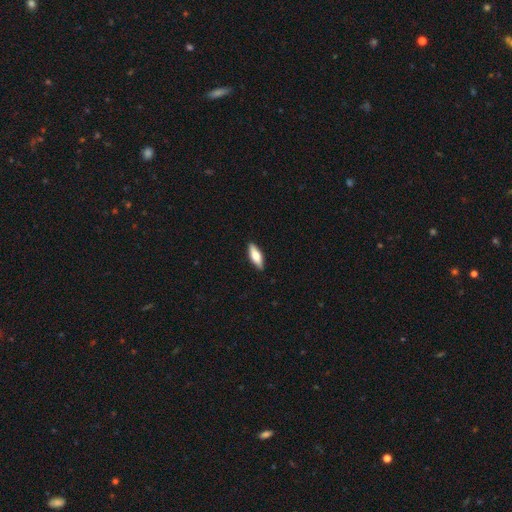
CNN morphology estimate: smooth-or-featured: smooth: 70% | featured or disk: 24% | star or artifact: 6%
  how-rounded: in between: 60% | cigar-shaped: 38% | round: 2%
  merging: none: 89% | minor disturbance: 8% | major disturbance: 2% | merger: 1%